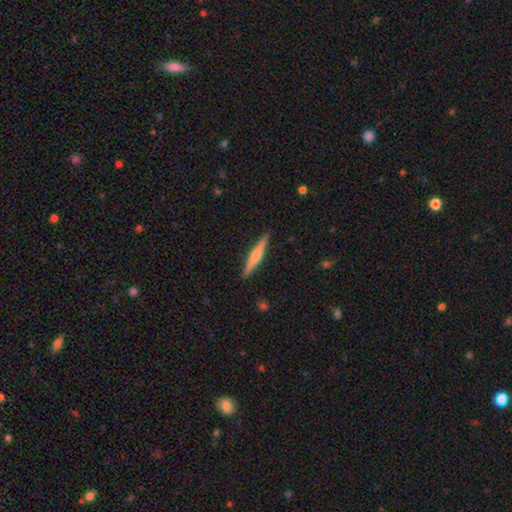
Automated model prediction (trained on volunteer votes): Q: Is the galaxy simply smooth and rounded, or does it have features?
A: featured or disk — 50%.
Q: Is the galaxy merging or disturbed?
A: none — 90%.